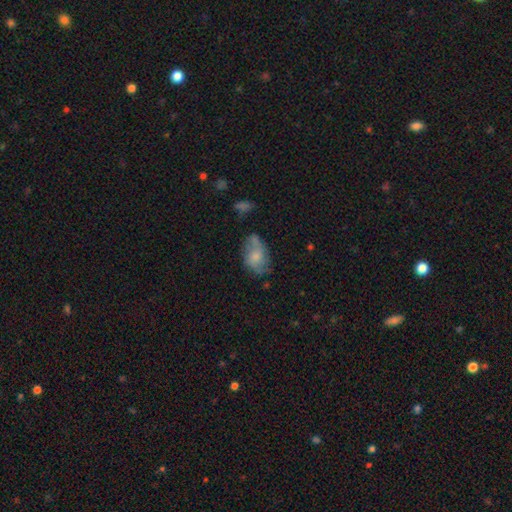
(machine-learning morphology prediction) This appears to be a smooth galaxy with no disk features (63%) that is in between round and cigar-shaped (87%). Merging: none (48%).